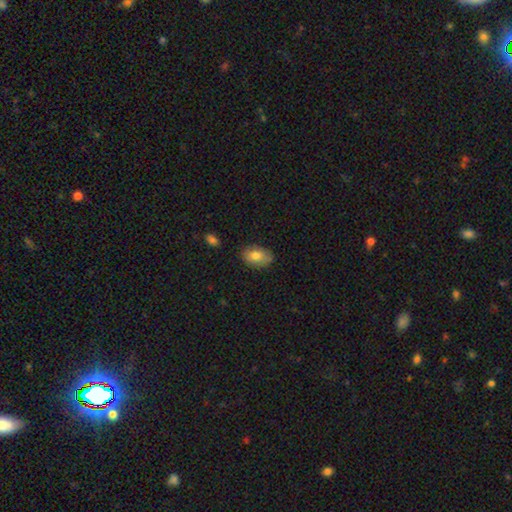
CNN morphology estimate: This appears to be a smooth galaxy with no disk features (78%) that is in between round and cigar-shaped (86%). Merging: none (80%).